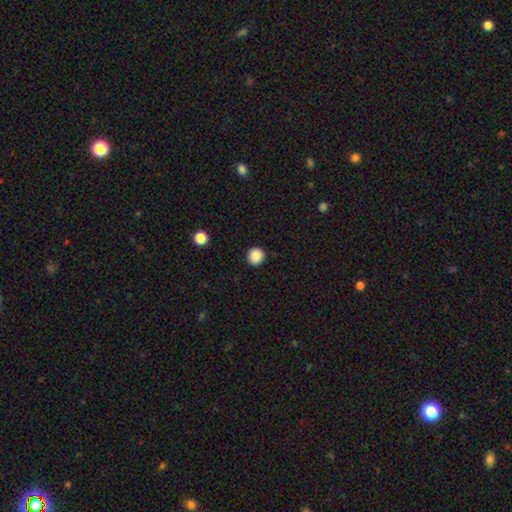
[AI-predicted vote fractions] This appears to be a smooth galaxy with no disk features (88%) that is round (94%). Merging: none (92%).